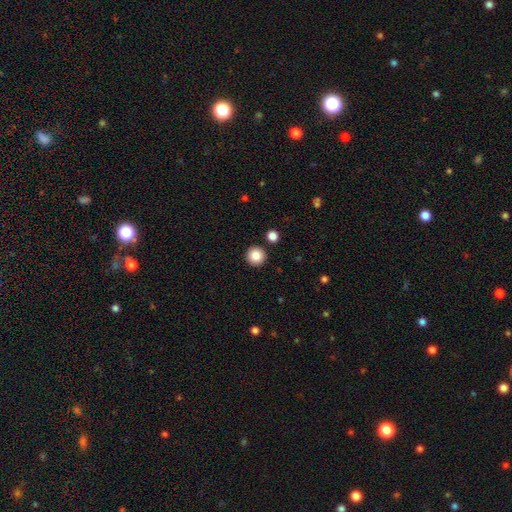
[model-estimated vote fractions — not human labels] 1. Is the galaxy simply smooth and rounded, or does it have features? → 86% smooth, 9% star or artifact, 5% featured or disk.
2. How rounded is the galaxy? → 96% round, 3% in between, 1% cigar-shaped.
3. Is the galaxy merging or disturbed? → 91% none, 5% minor disturbance, 2% merger, 2% major disturbance.